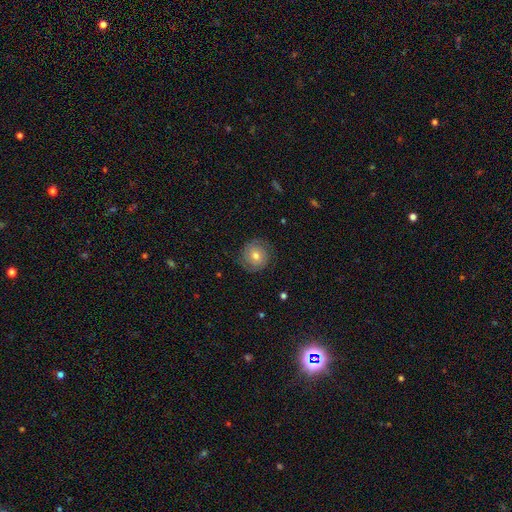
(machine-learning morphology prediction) smooth_or_featured: featured or disk (p=0.64) [alt: smooth p=0.28]
disk_edge_on: no (p=0.98) [alt: yes p=0.02]
bar: no (p=0.72) [alt: weak p=0.23]
has_spiral_arms: yes (p=0.89) [alt: no p=0.11]
spiral_winding: tight (p=0.66) [alt: medium p=0.26]
spiral_arm_count: 2 (p=0.78) [alt: can't tell p=0.12]
bulge_size: moderate (p=0.69) [alt: small p=0.25]
merging: none (p=0.82) [alt: minor disturbance p=0.12]